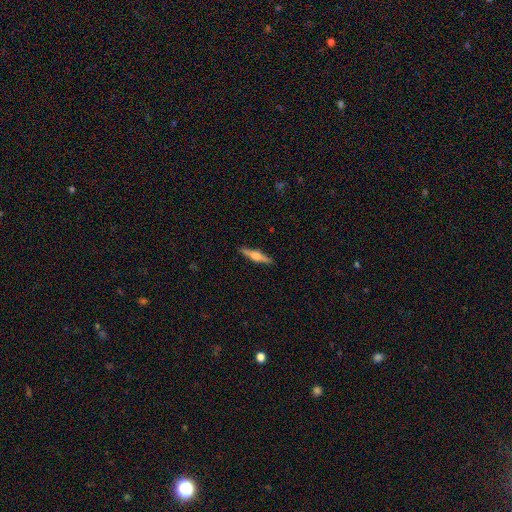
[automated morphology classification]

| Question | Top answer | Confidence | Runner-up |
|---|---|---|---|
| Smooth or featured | featured or disk | 64% | smooth (30%) |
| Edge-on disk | yes | 97% | no (3%) |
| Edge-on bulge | rounded | 86% | boxy (11%) |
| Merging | none | 91% | minor disturbance (7%) |